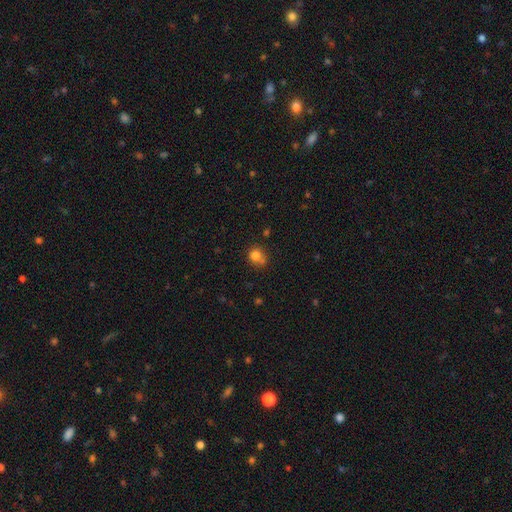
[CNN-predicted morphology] smooth-or-featured: smooth: 80% | star or artifact: 13% | featured or disk: 7%
  how-rounded: round: 82% | in between: 17% | cigar-shaped: 1%
  merging: none: 60% | merger: 19% | minor disturbance: 16% | major disturbance: 5%